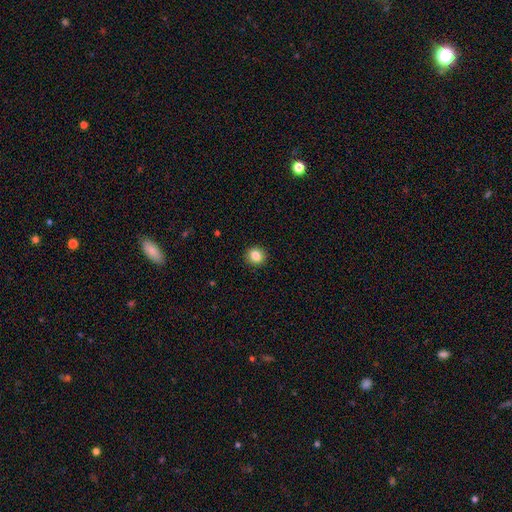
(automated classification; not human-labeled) Q: Smooth or featured?
A: smooth (85%); runner-up: star or artifact (10%)
Q: How rounded?
A: round (85%); runner-up: in between (14%)
Q: Merging?
A: none (92%); runner-up: minor disturbance (5%)